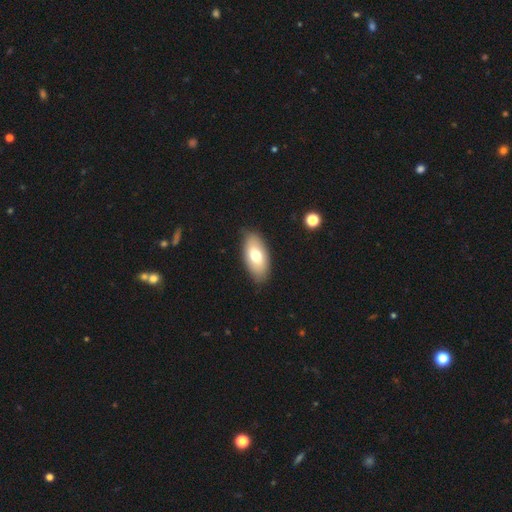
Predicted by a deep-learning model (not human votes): Morphology: type=smooth (70%); roundness=in between (92%); merging=none (85%).